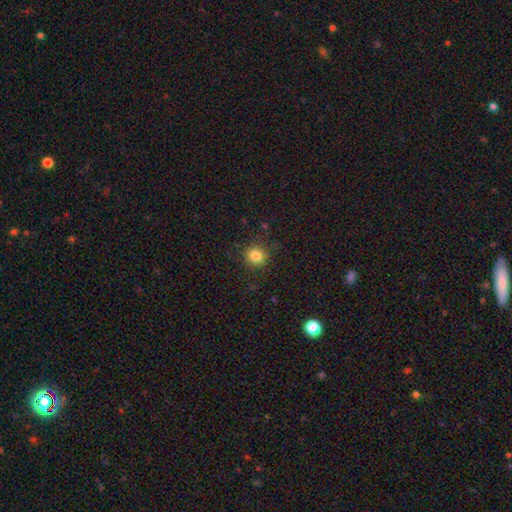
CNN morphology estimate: smooth-or-featured: smooth: 83% | star or artifact: 12% | featured or disk: 5%
  how-rounded: round: 90% | in between: 9% | cigar-shaped: 1%
  merging: none: 88% | minor disturbance: 8% | major disturbance: 3% | merger: 1%